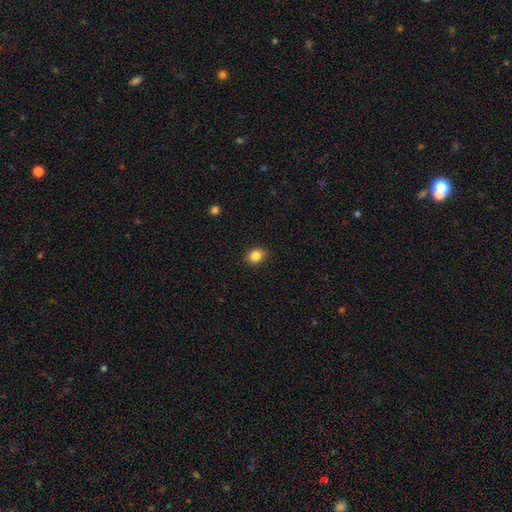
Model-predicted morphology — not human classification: type=smooth (85%); roundness=round (52%); merging=none (89%).